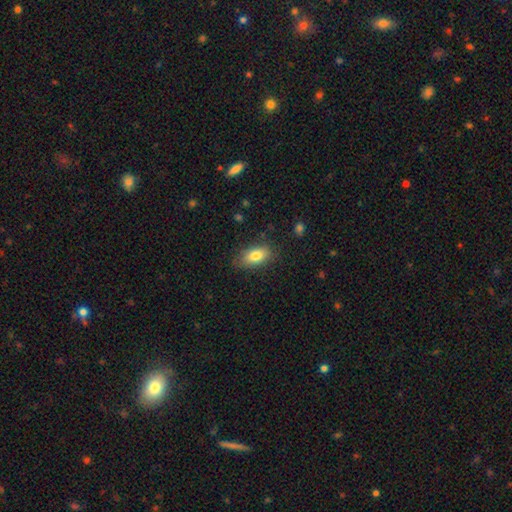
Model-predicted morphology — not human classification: Smooth or featured? smooth (80%)
How rounded? in between (88%)
Merging? none (81%)